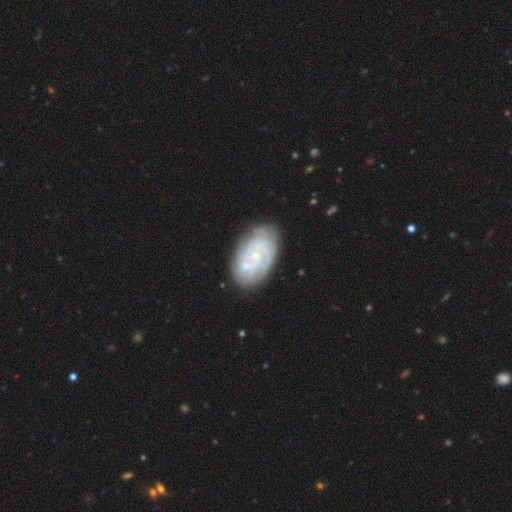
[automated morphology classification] A featured or disk galaxy (76%) with no bar (73%), tight (65%) spiral arms (88%) and a small central bulge (77%).

Vote fractions:
- Smooth or featured? featured or disk: 76% / smooth: 17% / star or artifact: 6%
- Edge-on disk? no: 96% / yes: 4%
- Bar? no: 73% / weak: 22% / strong: 5%
- Spiral arms? yes: 88% / no: 12%
- Spiral winding? tight: 65% / medium: 27% / loose: 8%
- Spiral arm count? can't tell: 38% / 2: 28% / 3: 16% / 4: 8% / more than 4: 5% / 1: 5%
- Bulge size? small: 77% / moderate: 16% / none: 4% / large: 1% / dominant: 1%
- Merging? none: 71% / minor disturbance: 18% / major disturbance: 6% / merger: 5%